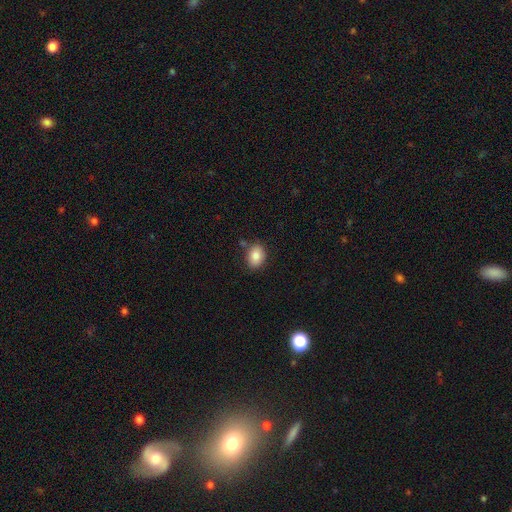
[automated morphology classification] type=smooth (84%); roundness=in between (71%); merging=none (79%).